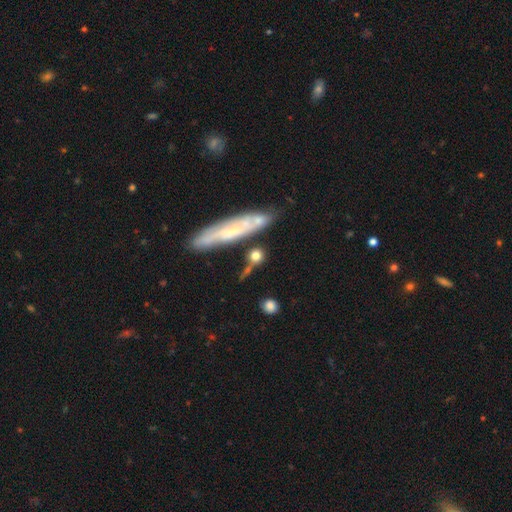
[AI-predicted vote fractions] This is likely a smooth galaxy (67%). How rounded: likely round (65%). Merging: likely none (63%).